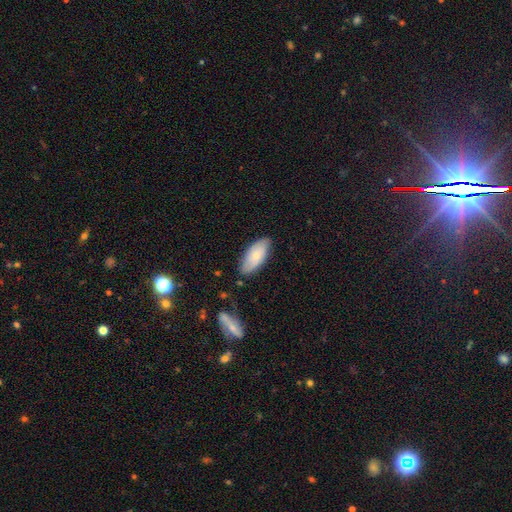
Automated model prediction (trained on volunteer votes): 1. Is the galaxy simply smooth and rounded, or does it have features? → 72% smooth, 22% featured or disk, 6% star or artifact.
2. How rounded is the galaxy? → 88% in between, 10% cigar-shaped, 2% round.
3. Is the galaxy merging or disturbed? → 78% none, 17% minor disturbance, 3% major disturbance, 2% merger.